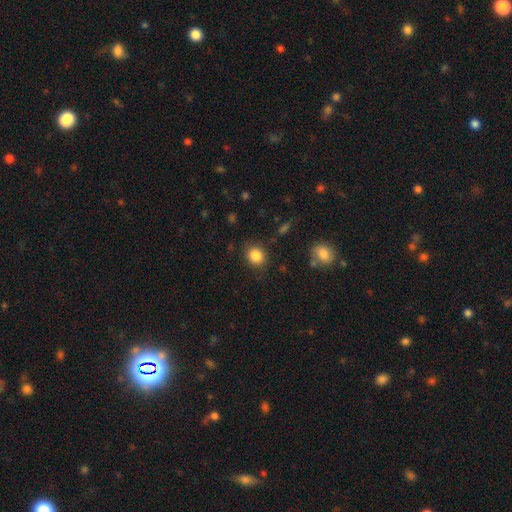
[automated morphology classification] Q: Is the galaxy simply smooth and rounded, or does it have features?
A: smooth — 85%.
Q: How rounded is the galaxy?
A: round — 79%.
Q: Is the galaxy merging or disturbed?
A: none — 85%.